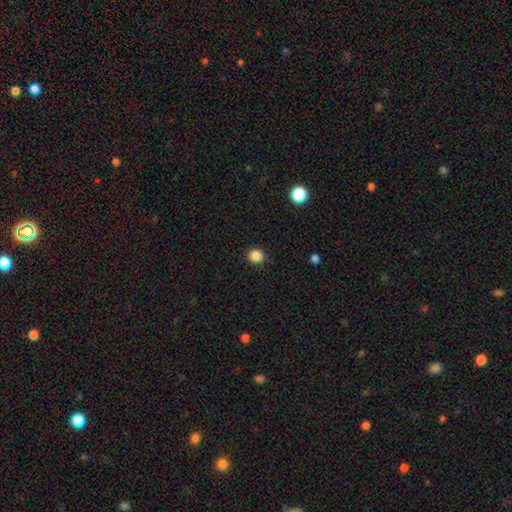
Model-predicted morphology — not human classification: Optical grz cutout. It shows a smooth galaxy with no disk features (86%) that is round (81%). Merging: none (90%).